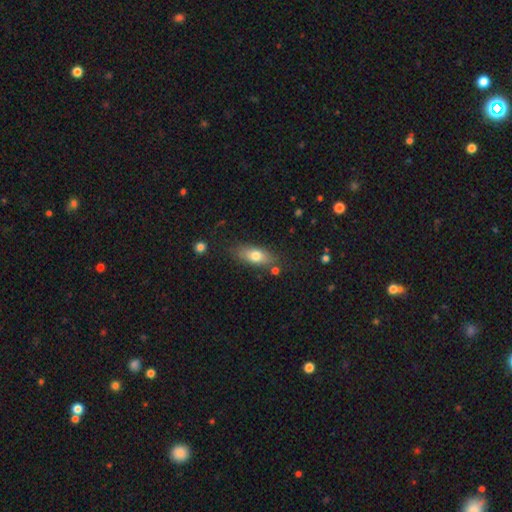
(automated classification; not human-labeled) Smooth or featured?
  - smooth: 74% *
  - featured or disk: 19%
  - star or artifact: 7%
How rounded?
  - in between: 76% *
  - cigar-shaped: 19%
  - round: 5%
Merging?
  - none: 75% *
  - minor disturbance: 17%
  - merger: 4%
  - major disturbance: 4%